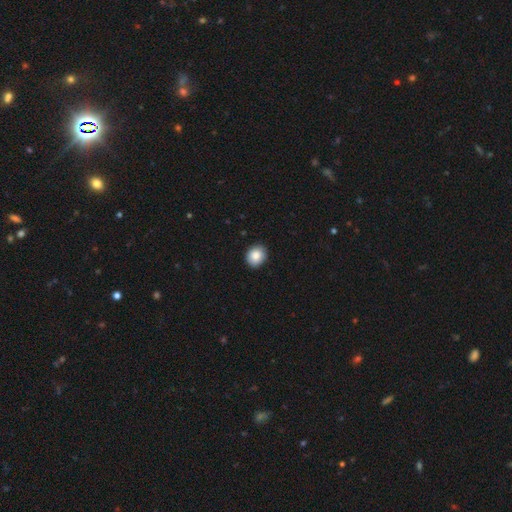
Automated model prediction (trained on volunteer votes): smooth_or_featured: smooth (p=0.87) [alt: star or artifact p=0.08]
how_rounded: round (p=0.64) [alt: in between p=0.35]
merging: none (p=0.87) [alt: minor disturbance p=0.10]